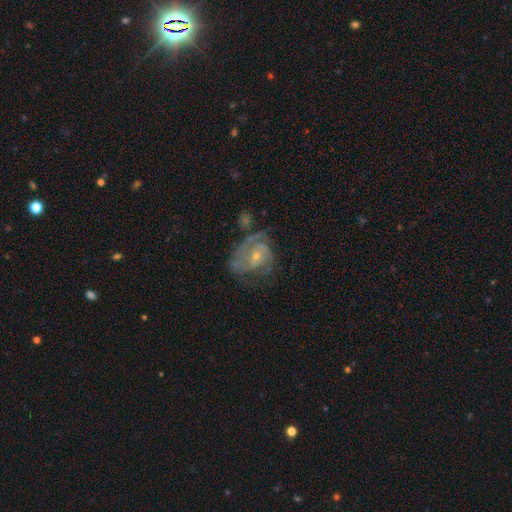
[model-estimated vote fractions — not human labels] A featured or disk galaxy (81%) with no bar (68%), 2 (38%) tight (48%) spiral arms (91%) and a small central bulge (68%).

Vote fractions:
- Smooth or featured? featured or disk: 81% / smooth: 12% / star or artifact: 7%
- Edge-on disk? no: 98% / yes: 2%
- Bar? no: 68% / weak: 27% / strong: 5%
- Spiral arms? yes: 91% / no: 9%
- Spiral winding? tight: 48% / medium: 39% / loose: 12%
- Spiral arm count? 2: 38% / can't tell: 27% / 3: 19% / 1: 8% / 4: 5% / more than 4: 4%
- Bulge size? small: 68% / moderate: 28% / none: 2% / large: 1% / dominant: 1%
- Merging? none: 47% / minor disturbance: 23% / major disturbance: 23% / merger: 6%